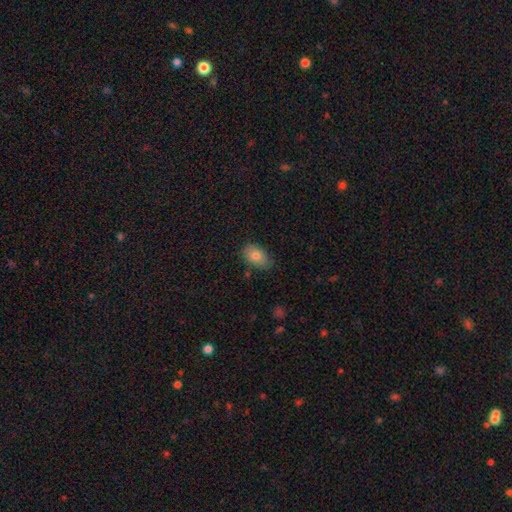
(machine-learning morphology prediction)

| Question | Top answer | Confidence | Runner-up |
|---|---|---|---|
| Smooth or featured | smooth | 80% | featured or disk (12%) |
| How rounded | in between | 88% | round (11%) |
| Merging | none | 79% | minor disturbance (17%) |